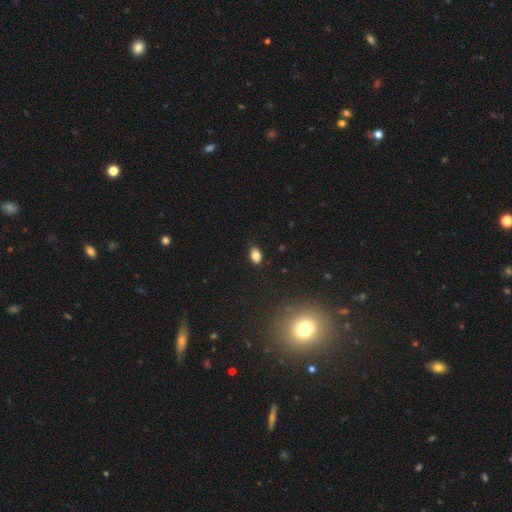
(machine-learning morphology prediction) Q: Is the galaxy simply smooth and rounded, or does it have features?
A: smooth — 83%.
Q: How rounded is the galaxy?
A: in between — 84%.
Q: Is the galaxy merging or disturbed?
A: none — 85%.